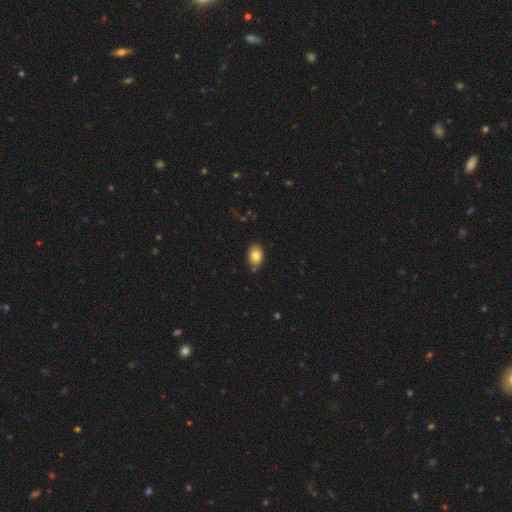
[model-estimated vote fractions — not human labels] smooth_or_featured: smooth (p=0.81) [alt: featured or disk p=0.10]
how_rounded: in between (p=0.79) [alt: round p=0.19]
merging: none (p=0.81) [alt: minor disturbance p=0.14]